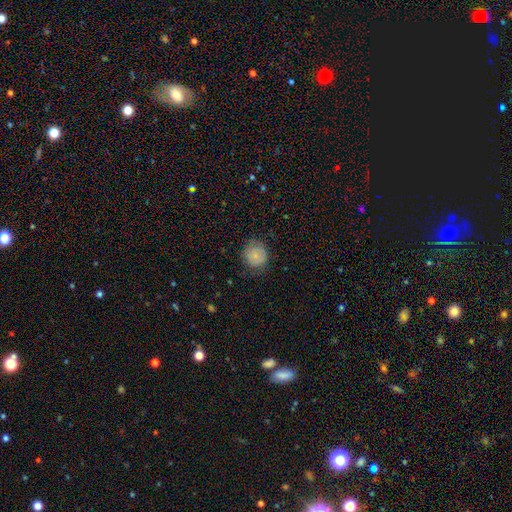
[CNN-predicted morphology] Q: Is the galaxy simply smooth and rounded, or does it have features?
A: smooth — 78%.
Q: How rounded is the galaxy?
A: round — 89%.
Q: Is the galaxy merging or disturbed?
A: none — 74%.